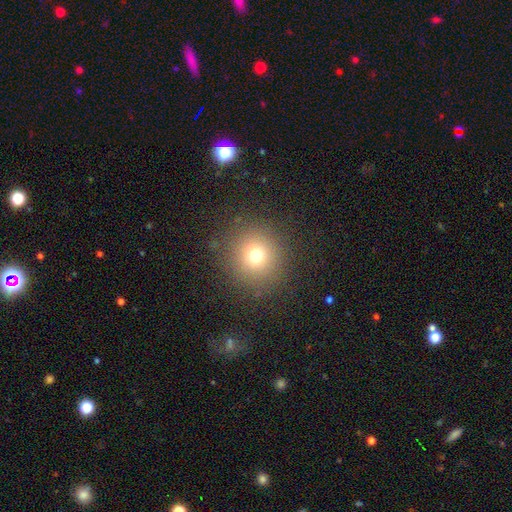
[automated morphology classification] Smooth or featured? smooth (71%)
How rounded? round (93%)
Merging? none (88%)